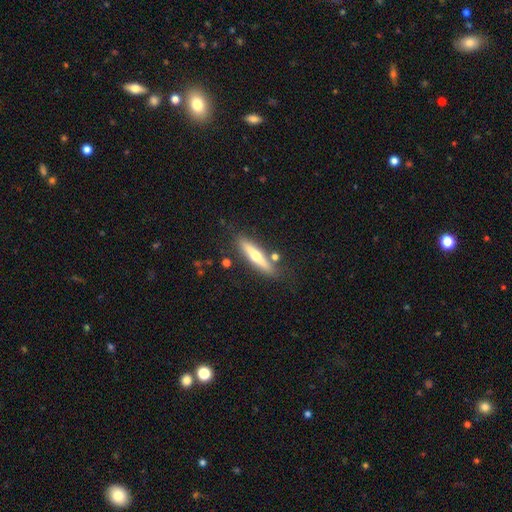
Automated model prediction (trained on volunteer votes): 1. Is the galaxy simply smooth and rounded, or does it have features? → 58% featured or disk, 36% smooth, 6% star or artifact.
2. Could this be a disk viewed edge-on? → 92% yes, 8% no.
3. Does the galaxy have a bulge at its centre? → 92% rounded, 6% none, 2% boxy.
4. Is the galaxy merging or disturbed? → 82% none, 11% minor disturbance, 5% merger, 3% major disturbance.